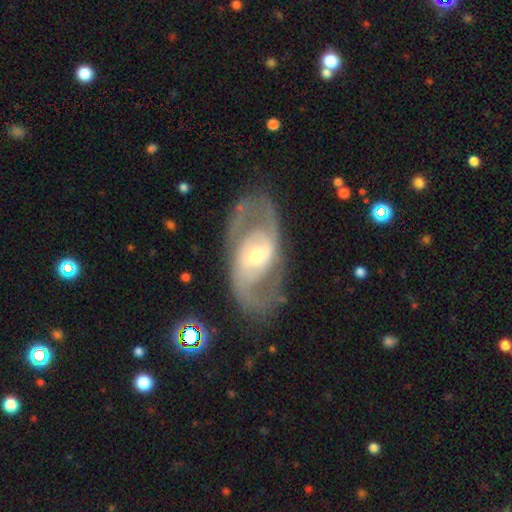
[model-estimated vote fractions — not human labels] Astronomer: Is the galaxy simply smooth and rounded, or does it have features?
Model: featured or disk — 84%.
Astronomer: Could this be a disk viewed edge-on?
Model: no — 94%.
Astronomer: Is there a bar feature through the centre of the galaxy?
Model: weak — 42% (runner-up: no, 34%).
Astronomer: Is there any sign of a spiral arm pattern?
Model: yes — 88%.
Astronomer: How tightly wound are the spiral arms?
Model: medium — 50% (runner-up: tight, 27%).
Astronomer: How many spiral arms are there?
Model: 2 — 83%.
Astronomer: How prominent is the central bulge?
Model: moderate — 49% (runner-up: small, 43%).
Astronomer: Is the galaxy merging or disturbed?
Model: none — 75%.